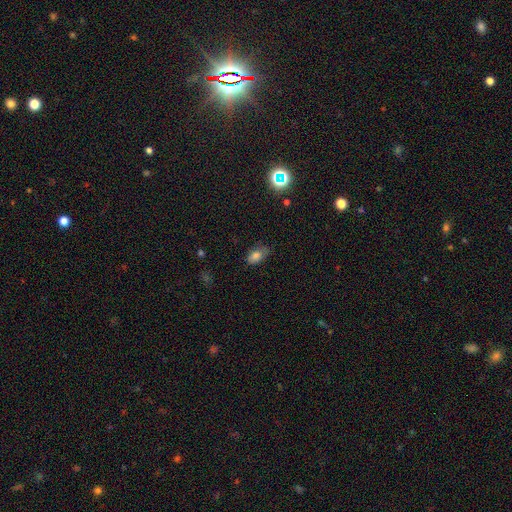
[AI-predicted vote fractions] Smooth or featured: smooth — 79% (star or artifact — 12%)
How rounded: in between — 89% (round — 9%)
Merging: none — 64% (minor disturbance — 28%)